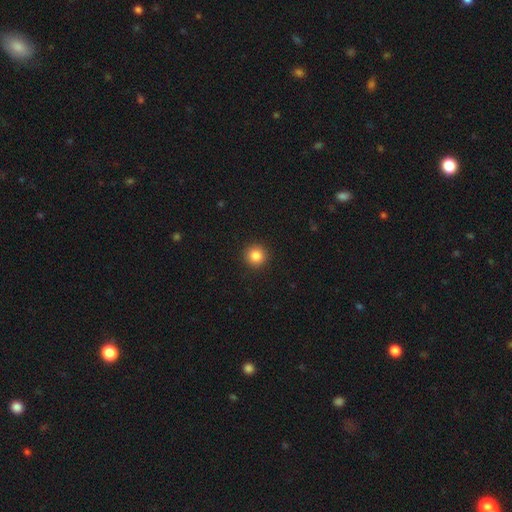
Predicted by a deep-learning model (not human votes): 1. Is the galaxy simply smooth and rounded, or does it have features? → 85% smooth, 11% star or artifact, 4% featured or disk.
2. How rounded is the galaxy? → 95% round, 4% in between, 1% cigar-shaped.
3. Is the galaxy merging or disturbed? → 93% none, 4% minor disturbance, 2% major disturbance, 1% merger.